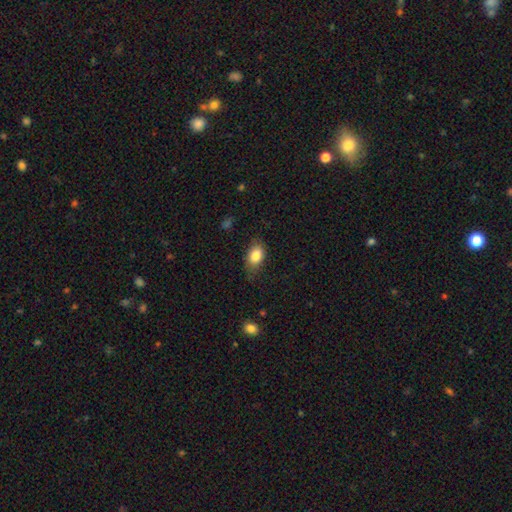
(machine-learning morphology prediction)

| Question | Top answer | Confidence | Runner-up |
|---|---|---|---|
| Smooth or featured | smooth | 84% | featured or disk (8%) |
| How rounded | in between | 86% | round (12%) |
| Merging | none | 71% | minor disturbance (22%) |